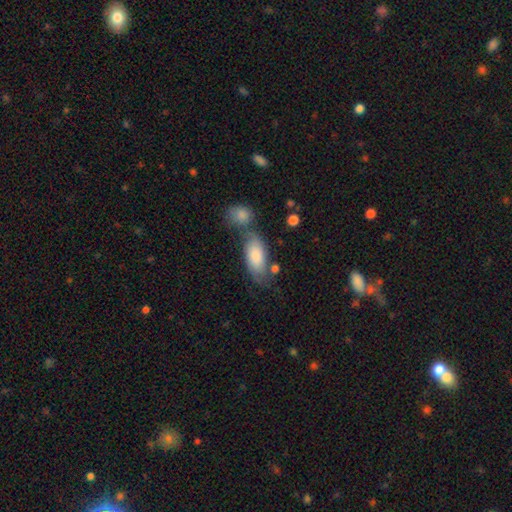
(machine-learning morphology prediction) This is likely a smooth galaxy (76%). How rounded: clearly in between (90%). Merging: possibly none (47%).